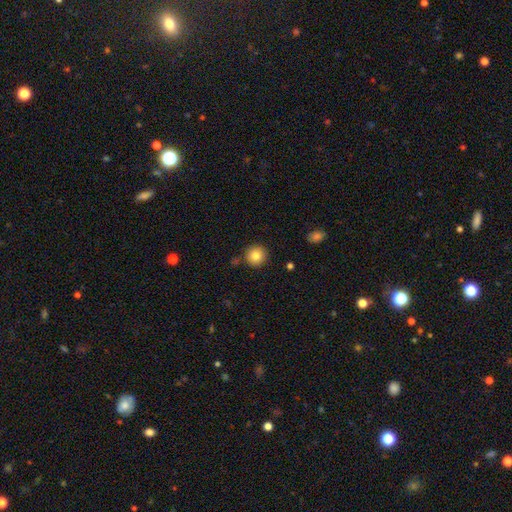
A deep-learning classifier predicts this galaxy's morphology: smooth_or_featured: smooth (p=0.83) [alt: star or artifact p=0.10]
how_rounded: round (p=0.94) [alt: in between p=0.05]
merging: none (p=0.87) [alt: minor disturbance p=0.07]